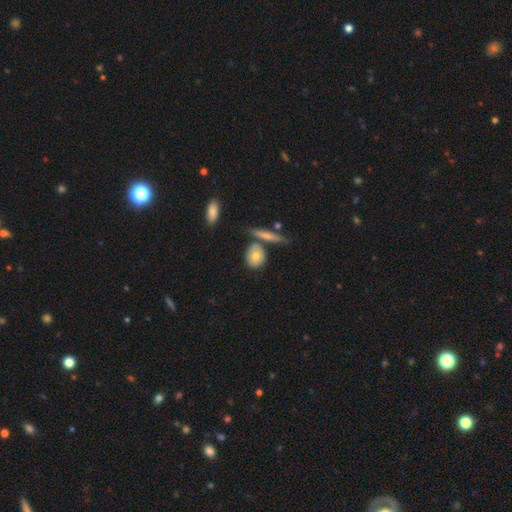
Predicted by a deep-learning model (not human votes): Smooth or featured? Predicted: smooth (p=0.71). How rounded? Predicted: round (p=0.62). Merging? Predicted: none (p=0.67).